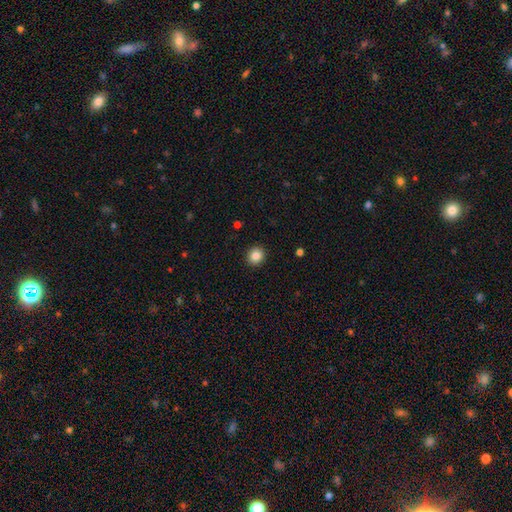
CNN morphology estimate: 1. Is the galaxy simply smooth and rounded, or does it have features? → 86% smooth, 10% star or artifact, 5% featured or disk.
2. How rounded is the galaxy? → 86% round, 13% in between, 1% cigar-shaped.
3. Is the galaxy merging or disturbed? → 92% none, 5% minor disturbance, 2% major disturbance, 1% merger.